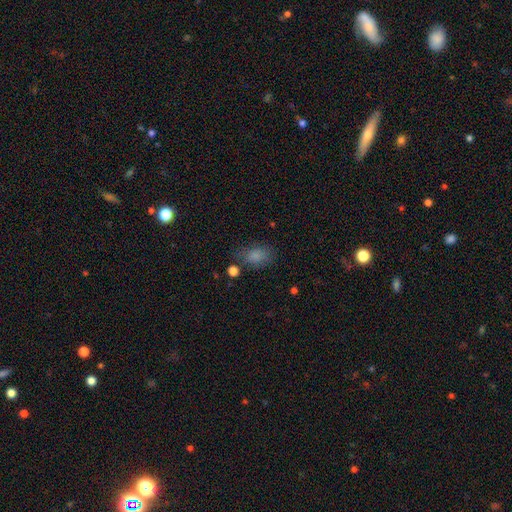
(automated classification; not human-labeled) smooth_or_featured: smooth (p=0.80) [alt: star or artifact p=0.12]
how_rounded: in between (p=0.76) [alt: round p=0.23]
merging: none (p=0.64) [alt: minor disturbance p=0.22]